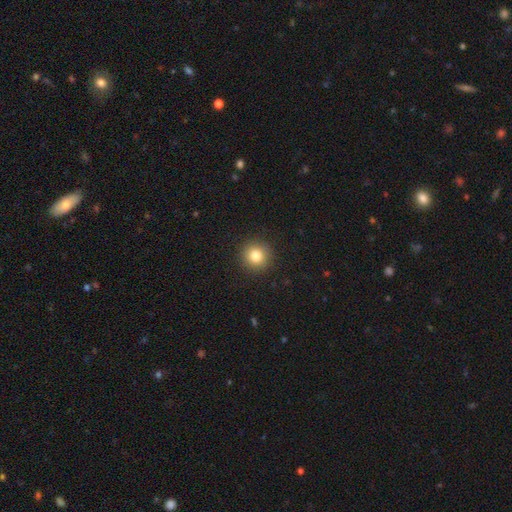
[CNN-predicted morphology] Q: Smooth or featured?
A: smooth (82%); runner-up: star or artifact (12%)
Q: How rounded?
A: round (94%); runner-up: in between (5%)
Q: Merging?
A: none (92%); runner-up: minor disturbance (5%)